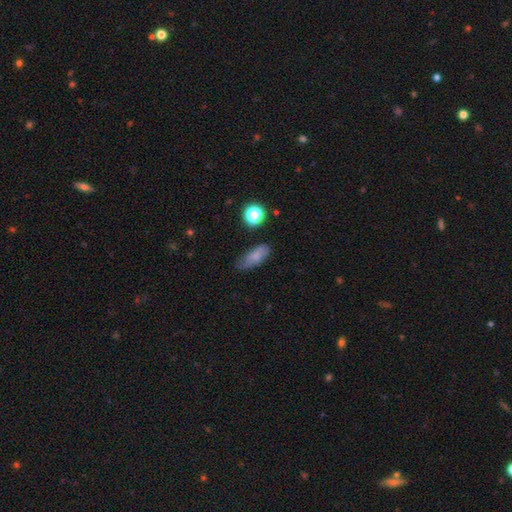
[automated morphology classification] A smooth galaxy with no disk features (69%) that is in between round and cigar-shaped (78%). Merging: none (63%).